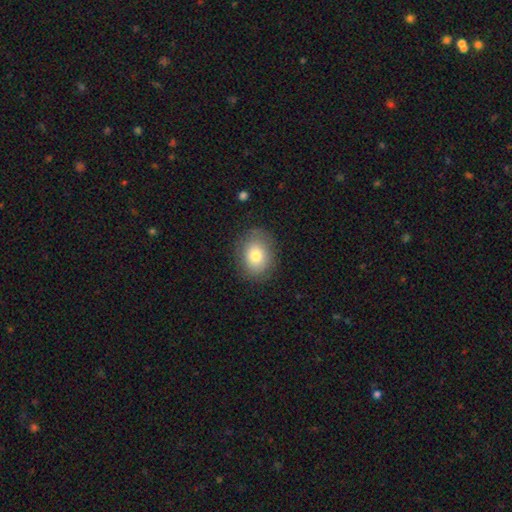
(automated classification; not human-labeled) Smooth or featured: smooth — 78% (featured or disk — 13%)
How rounded: in between — 53% (round — 46%)
Merging: none — 82% (minor disturbance — 13%)